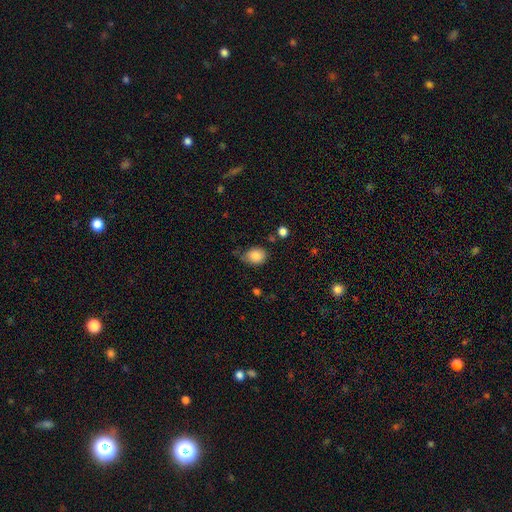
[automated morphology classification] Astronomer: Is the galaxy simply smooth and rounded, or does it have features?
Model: smooth — 84%.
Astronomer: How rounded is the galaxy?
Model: in between — 50% (runner-up: round, 49%).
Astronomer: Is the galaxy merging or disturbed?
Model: none — 63%.